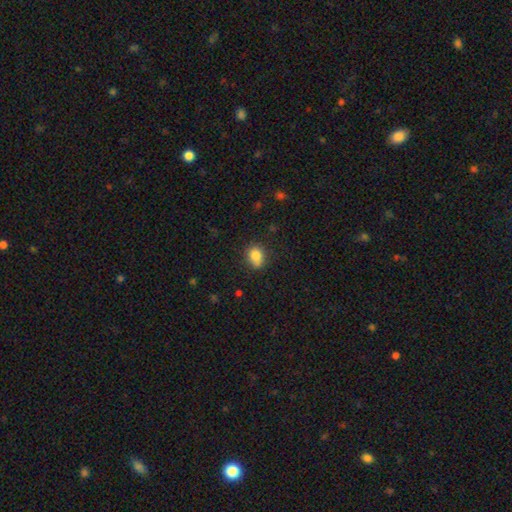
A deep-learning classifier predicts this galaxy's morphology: smooth-or-featured: smooth: 83% | star or artifact: 10% | featured or disk: 7%
  how-rounded: round: 57% | in between: 42% | cigar-shaped: 1%
  merging: none: 67% | minor disturbance: 22% | merger: 6% | major disturbance: 5%